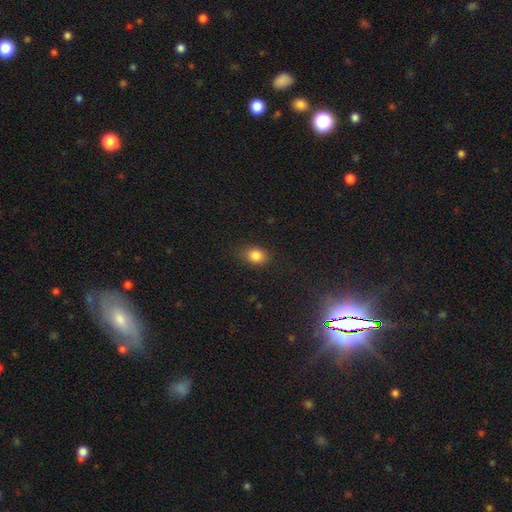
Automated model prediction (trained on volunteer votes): Q: Smooth or featured?
A: smooth (84%); runner-up: star or artifact (10%)
Q: How rounded?
A: in between (61%); runner-up: round (38%)
Q: Merging?
A: none (78%); runner-up: minor disturbance (16%)